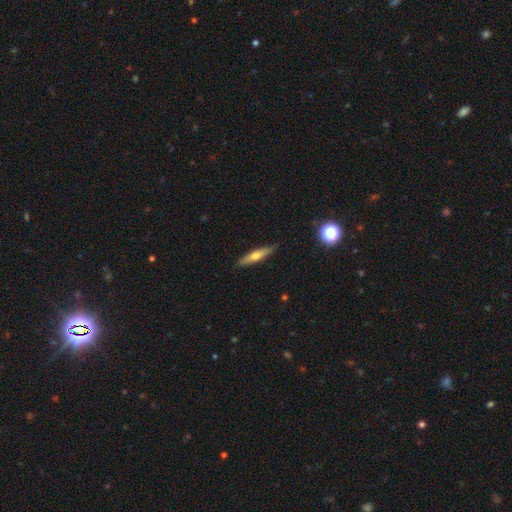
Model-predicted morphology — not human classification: Overall: smooth (51%; featured or disk 42%). How rounded: cigar-shaped (83%). Merging: none (86%).